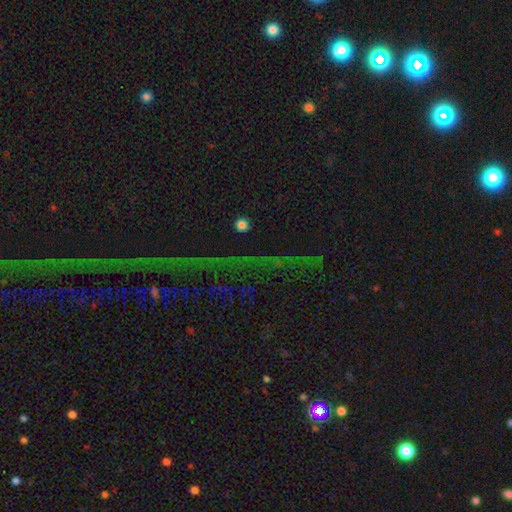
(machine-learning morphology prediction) Smooth or featured?
  - star or artifact: 70% *
  - smooth: 19%
  - featured or disk: 11%